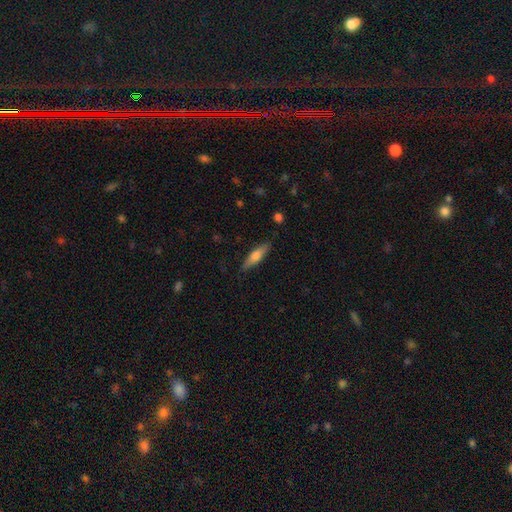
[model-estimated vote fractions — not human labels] Smooth or featured? Predicted: smooth (p=0.64). How rounded? Predicted: cigar-shaped (p=0.69). Merging? Predicted: none (p=0.86).